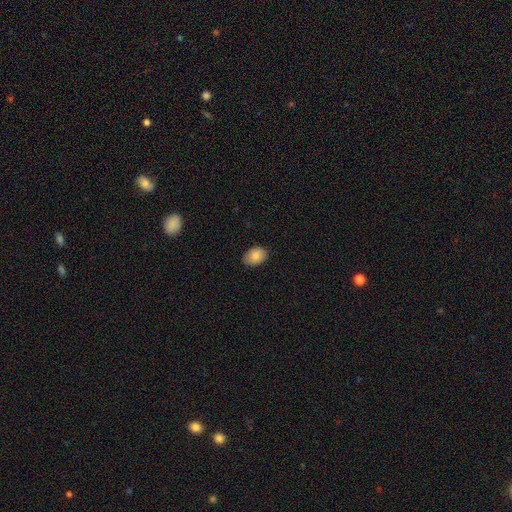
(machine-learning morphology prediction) Smooth or featured? Predicted: smooth (p=0.87). How rounded? Predicted: in between (p=0.79). Merging? Predicted: none (p=0.84).